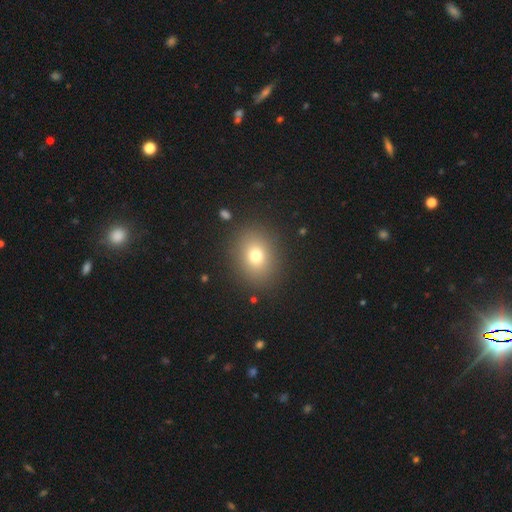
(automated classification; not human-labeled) The model was most divided on "how rounded": round: 53%, in between: 46%, cigar-shaped: 1%. More confident: merging — none (87%); smooth or featured — smooth (75%).